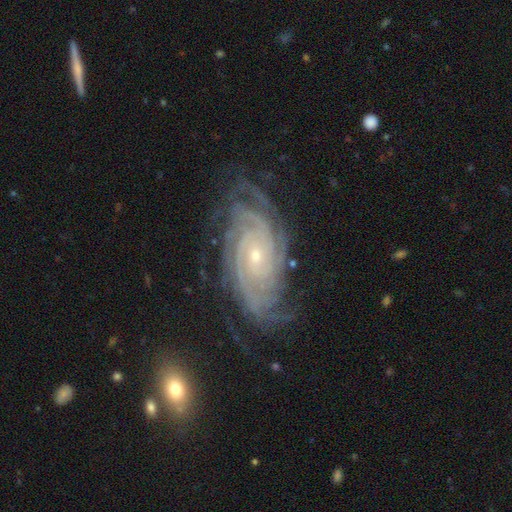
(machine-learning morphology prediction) type=featured or disk (91%); edge-on=no (96%); bar=no (70%); spiral arms=yes (99%); winding=tight (81%); arm count=4 (29%); bulge=small (74%); merging=none (74%).